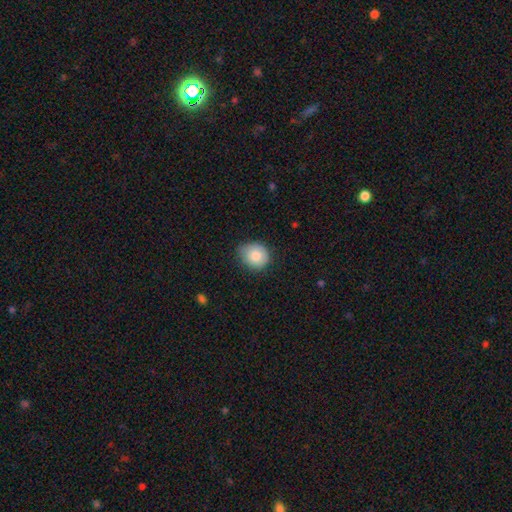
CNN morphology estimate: The model was most divided on "merging": none: 66%, minor disturbance: 29%, major disturbance: 5%, merger: 1%. More confident: smooth or featured — smooth (84%); how rounded — round (70%).